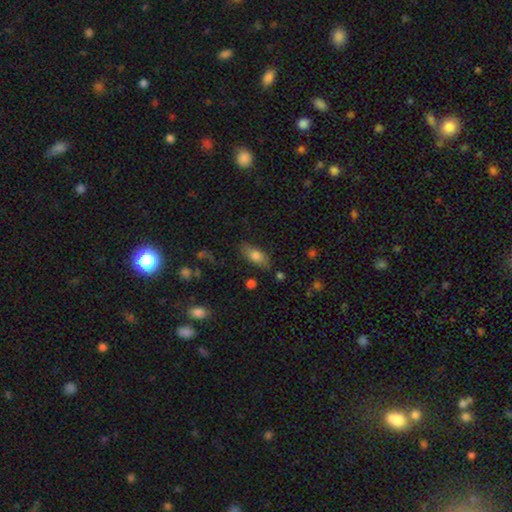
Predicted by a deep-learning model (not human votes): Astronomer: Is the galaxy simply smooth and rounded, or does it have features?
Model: smooth — 77%.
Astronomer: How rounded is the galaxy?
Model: in between — 83%.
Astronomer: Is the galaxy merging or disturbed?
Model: none — 79%.